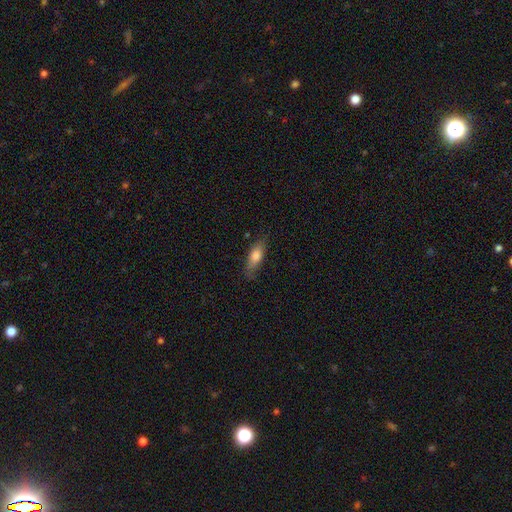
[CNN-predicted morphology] Overall: smooth (74%). How rounded: in between (67%; cigar-shaped 30%). Merging: none (73%).